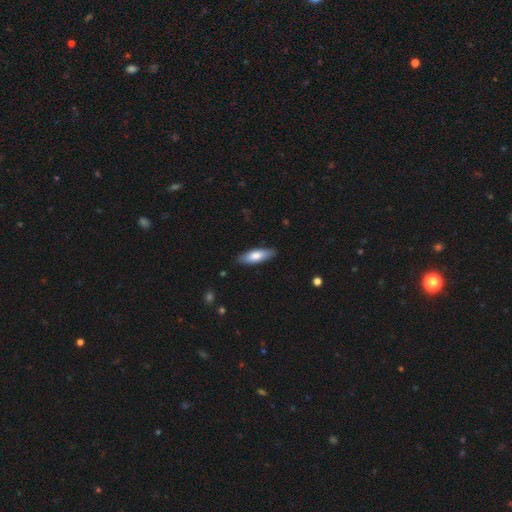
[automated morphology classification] Smooth or featured?
  - smooth: 75% *
  - featured or disk: 20%
  - star or artifact: 5%
How rounded?
  - in between: 58% *
  - cigar-shaped: 40%
  - round: 2%
Merging?
  - none: 87% *
  - minor disturbance: 10%
  - major disturbance: 2%
  - merger: 1%